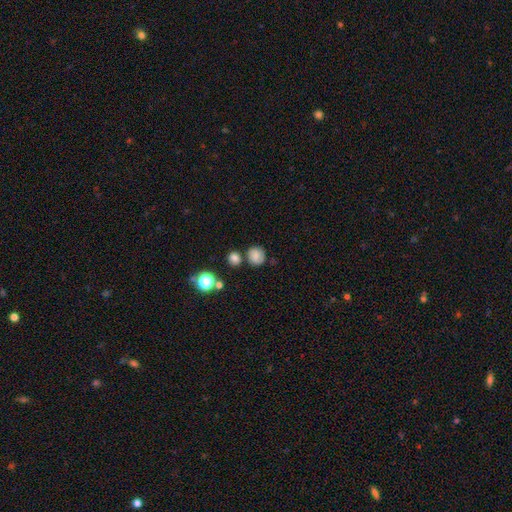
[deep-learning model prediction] The model was most divided on "merging": none: 71%, minor disturbance: 13%, merger: 12%, major disturbance: 4%. More confident: how rounded — round (85%); smooth or featured — smooth (78%).